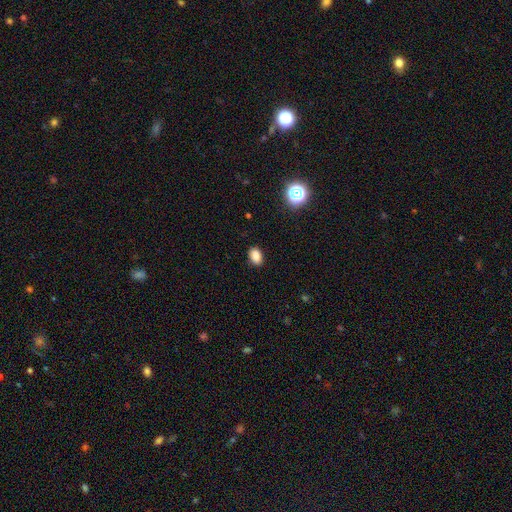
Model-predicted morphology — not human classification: Smooth or featured?
  - smooth: 86% *
  - star or artifact: 11%
  - featured or disk: 3%
How rounded?
  - in between: 80% *
  - round: 18%
  - cigar-shaped: 1%
Merging?
  - none: 88% *
  - minor disturbance: 9%
  - major disturbance: 2%
  - merger: 1%